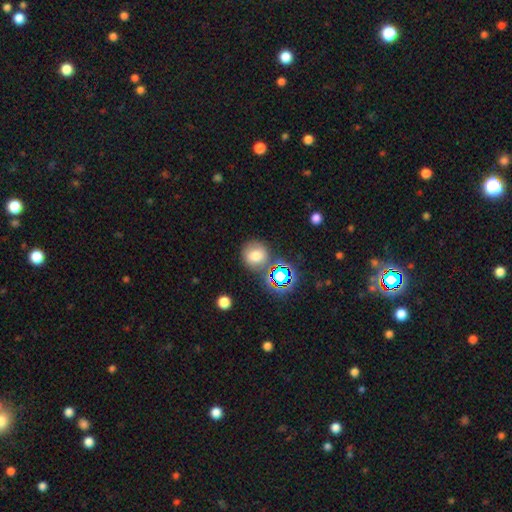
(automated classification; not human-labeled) A smooth galaxy with no disk features (67%) that is round (81%). Merging: none (70%).